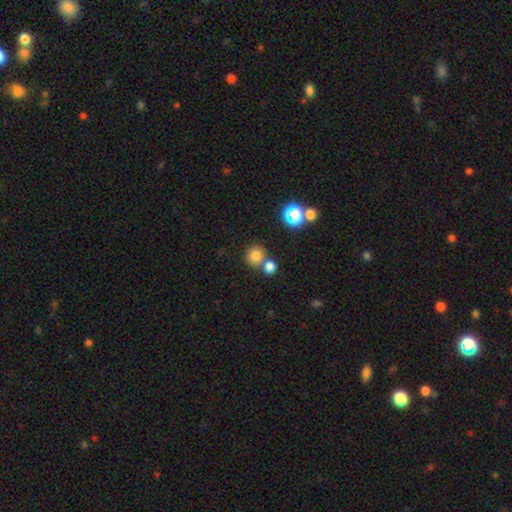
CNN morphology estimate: Smooth or featured? Predicted: smooth (p=0.77). How rounded? Predicted: round (p=0.86). Merging? Predicted: none (p=0.60).